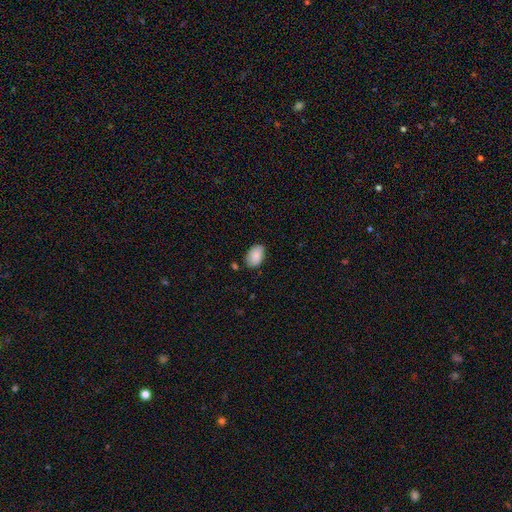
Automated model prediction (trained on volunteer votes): smooth-or-featured: smooth: 88% | star or artifact: 7% | featured or disk: 5%
  how-rounded: in between: 90% | round: 9% | cigar-shaped: 1%
  merging: none: 76% | minor disturbance: 18% | major disturbance: 3% | merger: 2%